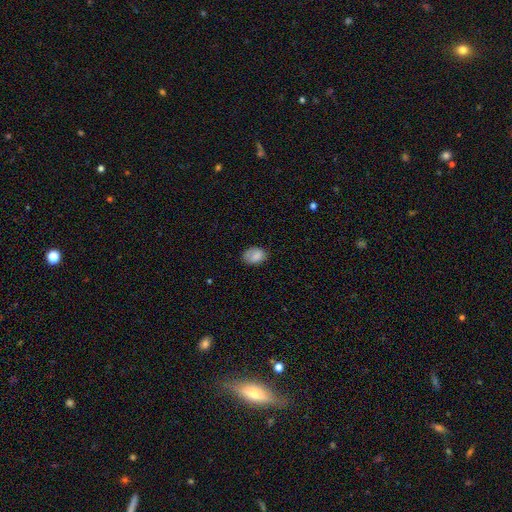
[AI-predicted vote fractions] smooth_or_featured: smooth (p=0.83) [alt: featured or disk p=0.09]
how_rounded: in between (p=0.78) [alt: round p=0.21]
merging: none (p=0.68) [alt: minor disturbance p=0.25]